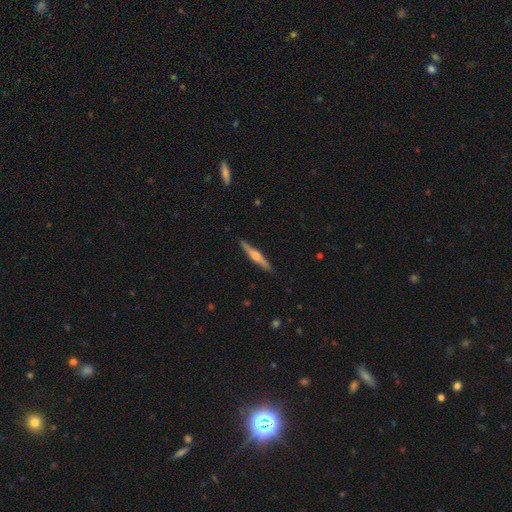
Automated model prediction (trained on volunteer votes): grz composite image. It shows a featured or disk galaxy (65%) viewed edge-on (98%) with a rounded central bulge (84%). Merging: none (90%).